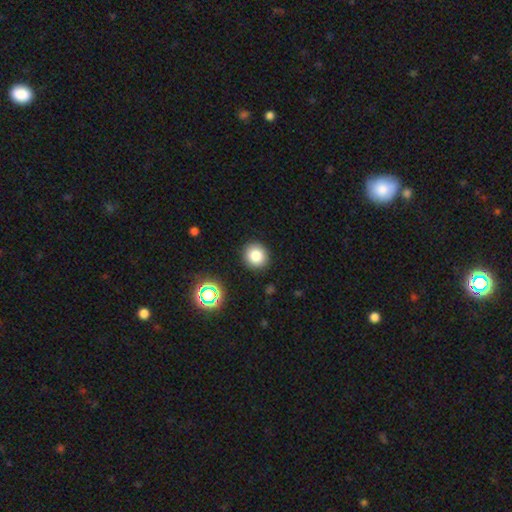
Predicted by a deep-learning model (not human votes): This is clearly a smooth galaxy (80%). How rounded: clearly round (90%). Merging: clearly none (90%).